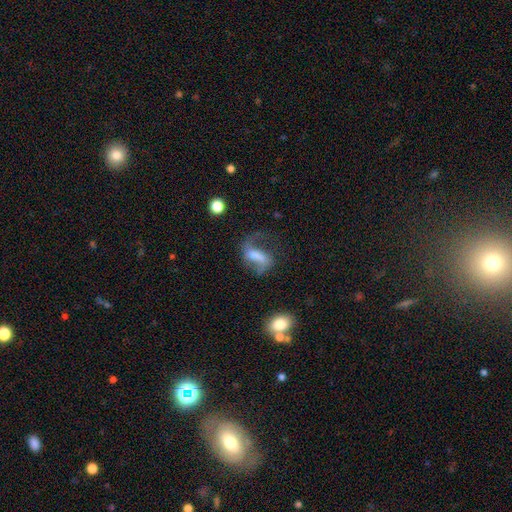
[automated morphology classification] A featured or disk galaxy (67%) with a weak bar (38%, tied with strong), 2 (82%) loose (69%) spiral arms (87%) and a moderate central bulge (29%, tied with none). Merging: none (49%).